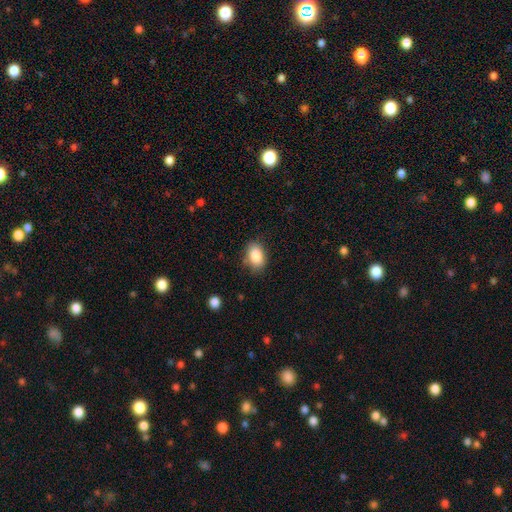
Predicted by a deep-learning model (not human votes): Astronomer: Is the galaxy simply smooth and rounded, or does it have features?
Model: smooth — 87%.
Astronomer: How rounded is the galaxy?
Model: in between — 85%.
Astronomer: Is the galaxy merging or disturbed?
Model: none — 80%.